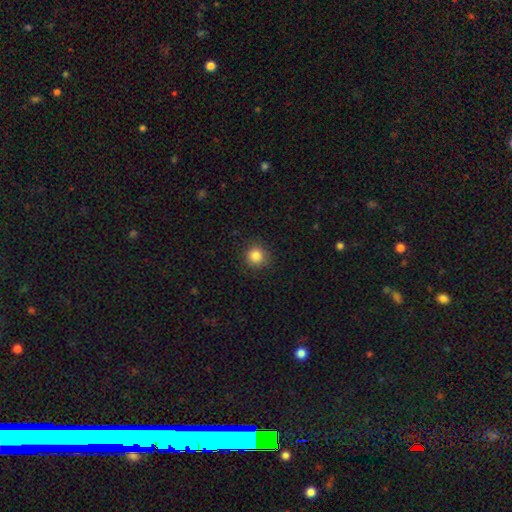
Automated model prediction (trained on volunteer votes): Smooth or featured: smooth — 85% (star or artifact — 11%)
How rounded: round — 93% (in between — 6%)
Merging: none — 90% (minor disturbance — 7%)